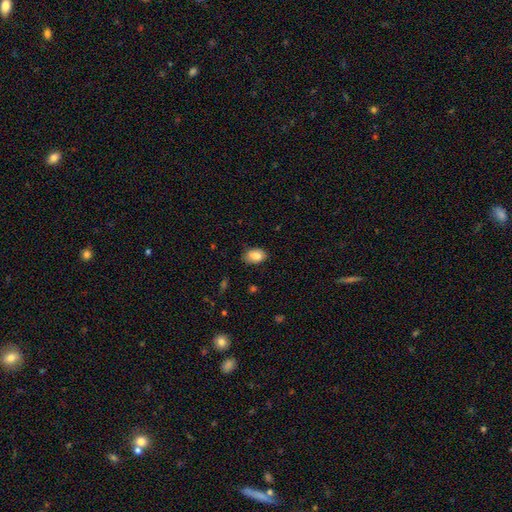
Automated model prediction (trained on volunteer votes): Smooth or featured? smooth (85%)
How rounded? in between (86%)
Merging? none (81%)